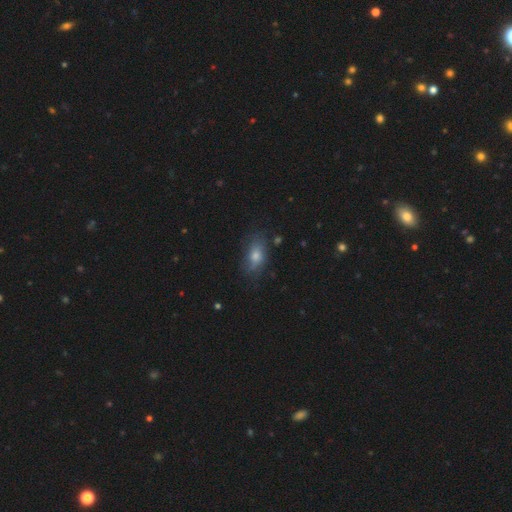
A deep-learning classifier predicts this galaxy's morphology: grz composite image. It shows a smooth galaxy with no disk features (63%) that is in between round and cigar-shaped (84%). Merging: none (69%).